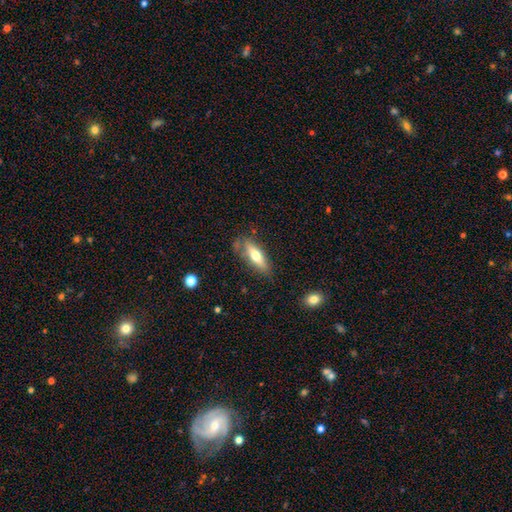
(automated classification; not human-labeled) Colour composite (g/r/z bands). It shows a smooth galaxy with no disk features (57%) that is cigar-shaped (52%). Merging: none (71%).